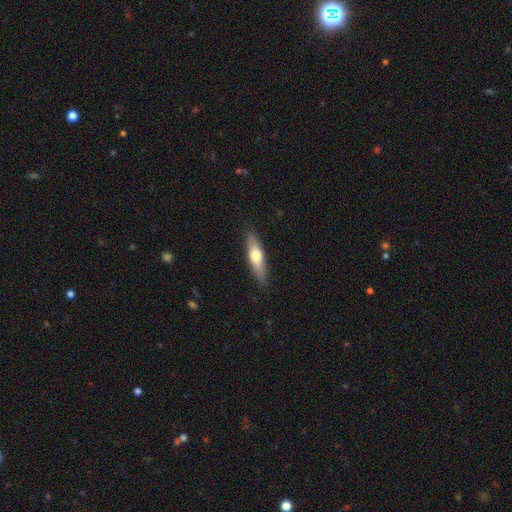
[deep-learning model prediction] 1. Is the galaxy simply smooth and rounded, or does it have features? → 60% smooth, 34% featured or disk, 5% star or artifact.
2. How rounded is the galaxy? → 65% cigar-shaped, 33% in between, 2% round.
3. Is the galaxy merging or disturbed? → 86% none, 11% minor disturbance, 2% major disturbance, 1% merger.